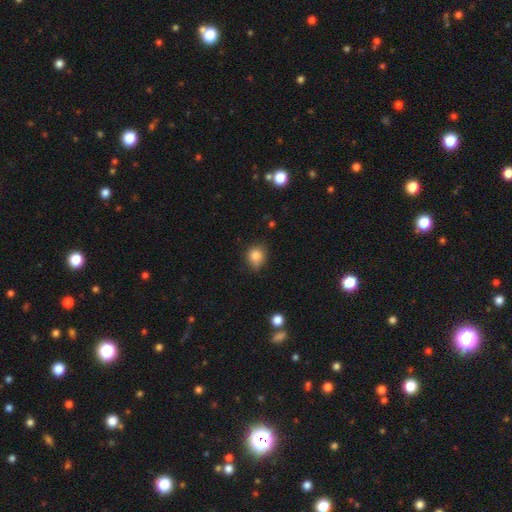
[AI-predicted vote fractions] Smooth or featured? Predicted: smooth (p=0.83). How rounded? Predicted: round (p=0.73). Merging? Predicted: none (p=0.70).